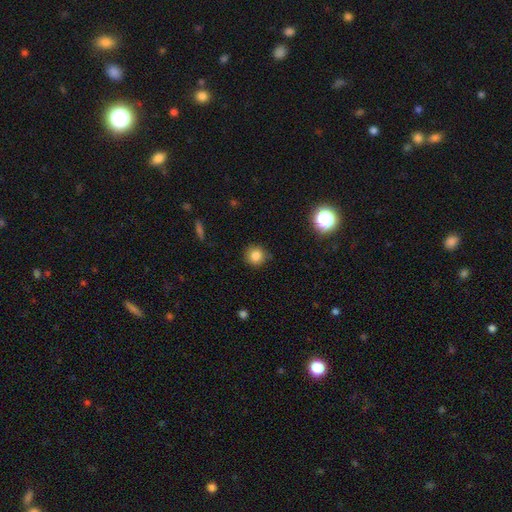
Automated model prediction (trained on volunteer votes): smooth-or-featured: smooth: 82% | star or artifact: 12% | featured or disk: 6%
  how-rounded: round: 92% | in between: 7% | cigar-shaped: 1%
  merging: none: 86% | minor disturbance: 10% | major disturbance: 2% | merger: 1%